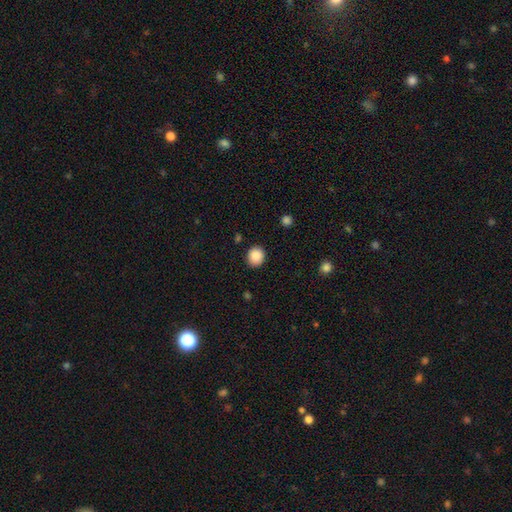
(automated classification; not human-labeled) This is clearly a smooth galaxy (88%). How rounded: likely round (77%). Merging: clearly none (88%).